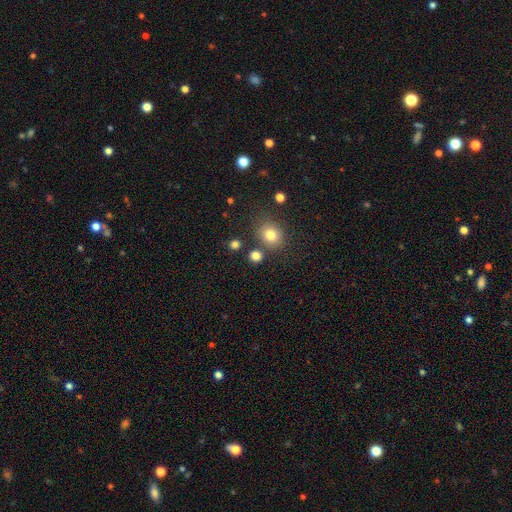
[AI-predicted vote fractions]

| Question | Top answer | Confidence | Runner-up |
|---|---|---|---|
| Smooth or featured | smooth | 80% | star or artifact (14%) |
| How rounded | round | 82% | in between (17%) |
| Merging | none | 77% | merger (11%) |